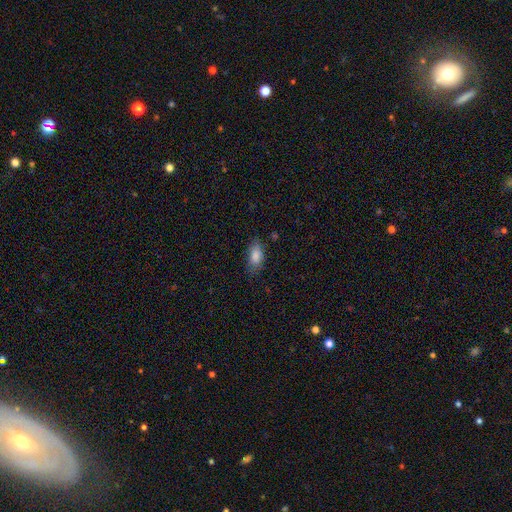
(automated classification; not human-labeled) Smooth or featured: smooth — 85% (star or artifact — 8%)
How rounded: in between — 87% (cigar-shaped — 9%)
Merging: none — 73% (minor disturbance — 21%)